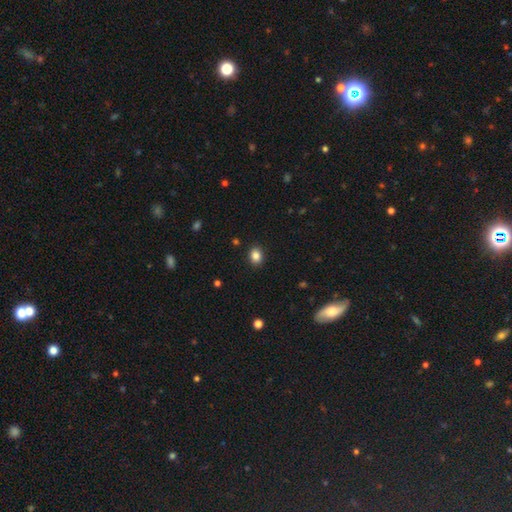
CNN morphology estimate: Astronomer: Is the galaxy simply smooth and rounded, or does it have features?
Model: smooth — 85%.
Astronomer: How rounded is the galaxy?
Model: in between — 50% (runner-up: round, 49%).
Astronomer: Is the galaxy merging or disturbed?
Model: none — 90%.